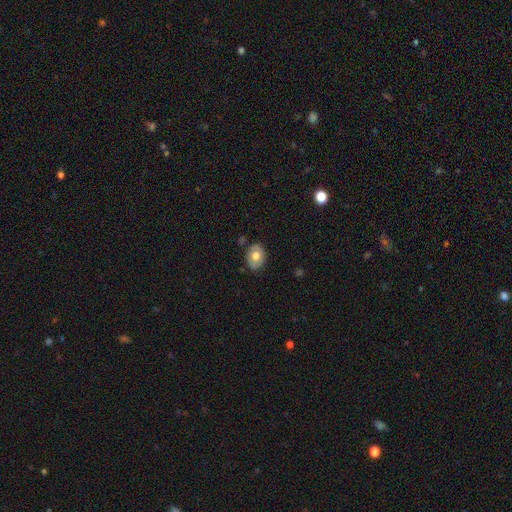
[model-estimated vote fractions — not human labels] This is likely a smooth galaxy (62%). How rounded: likely in between (66%). Merging: clearly none (81%).